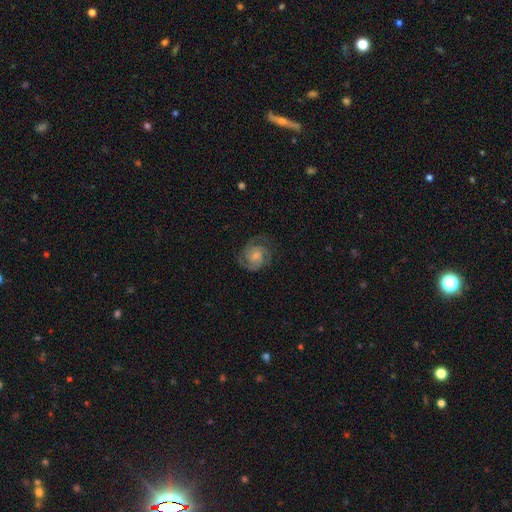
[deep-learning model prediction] This is clearly a featured or disk galaxy (81%). It is clearly not viewed edge-on (98%). Bar: likely no (62%). Spiral arm pattern: clearly yes (96%). Spiral arm count: possibly 2 (56%). Spiral winding: possibly tight (49%). Central bulge: possibly small (53%). Merging: likely none (73%).